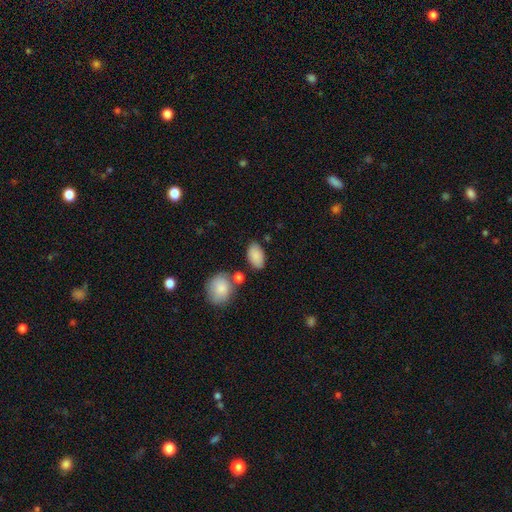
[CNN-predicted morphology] Smooth or featured? Predicted: smooth (p=0.87). How rounded? Predicted: in between (p=0.92). Merging? Predicted: none (p=0.75).